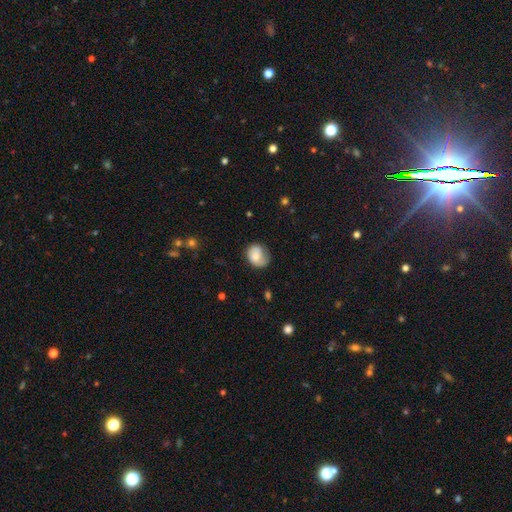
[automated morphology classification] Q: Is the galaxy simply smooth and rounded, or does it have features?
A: smooth — 66%.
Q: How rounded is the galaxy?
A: round — 59%.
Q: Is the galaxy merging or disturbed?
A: none — 55%.